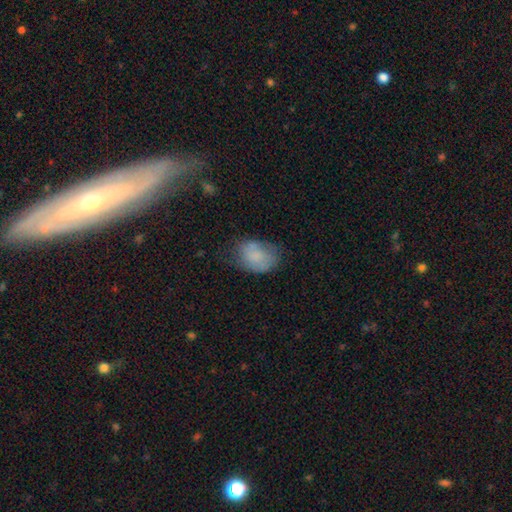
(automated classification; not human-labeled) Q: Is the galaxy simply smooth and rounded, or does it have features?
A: smooth — 72%.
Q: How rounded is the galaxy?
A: in between — 75%.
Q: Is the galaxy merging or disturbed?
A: none — 54%.